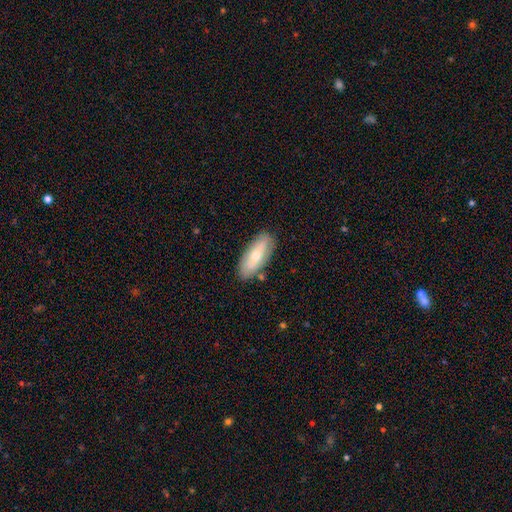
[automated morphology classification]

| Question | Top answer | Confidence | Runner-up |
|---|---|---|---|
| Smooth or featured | smooth | 58% | featured or disk (36%) |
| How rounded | in between | 76% | cigar-shaped (22%) |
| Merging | none | 82% | minor disturbance (12%) |